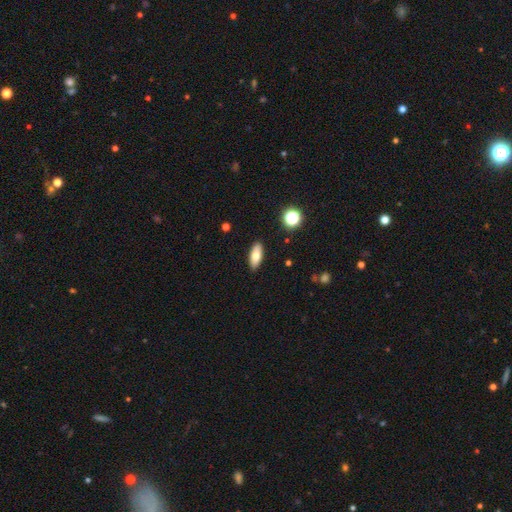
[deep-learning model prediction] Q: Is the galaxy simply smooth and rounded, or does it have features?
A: smooth — 75%.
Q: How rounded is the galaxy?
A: in between — 79%.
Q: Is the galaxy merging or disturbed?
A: none — 90%.